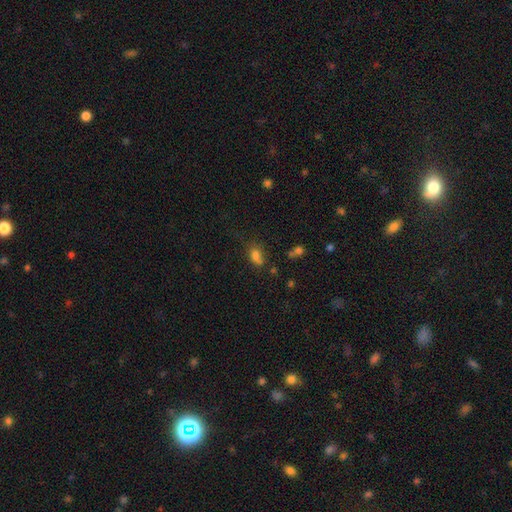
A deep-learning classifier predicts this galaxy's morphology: A smooth galaxy with no disk features (75%) that is in between round and cigar-shaped (76%).

Vote fractions:
- Smooth or featured? smooth: 75% / star or artifact: 15% / featured or disk: 9%
- How rounded? in between: 76% / round: 20% / cigar-shaped: 4%
- Merging? none: 45% / minor disturbance: 26% / merger: 15% / major disturbance: 14%